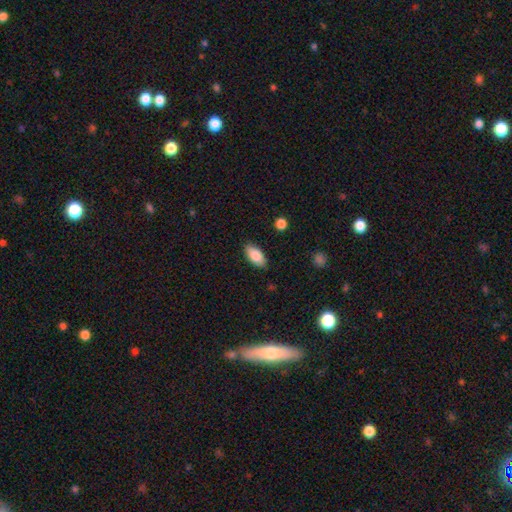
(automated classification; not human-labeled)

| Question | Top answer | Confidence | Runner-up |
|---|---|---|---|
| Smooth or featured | smooth | 85% | featured or disk (9%) |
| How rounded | in between | 92% | cigar-shaped (6%) |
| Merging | none | 86% | minor disturbance (11%) |